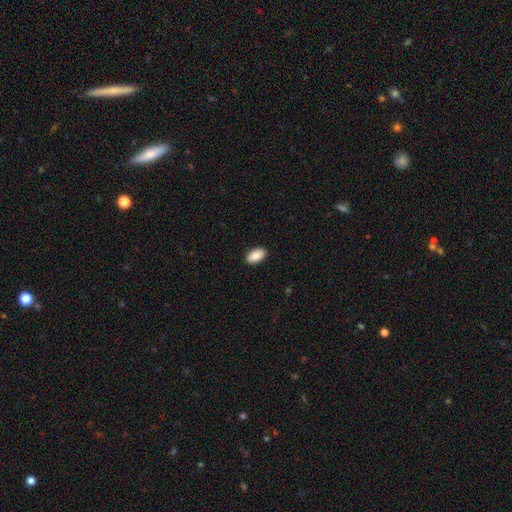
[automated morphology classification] Smooth or featured: smooth — 89% (star or artifact — 6%)
How rounded: in between — 95% (round — 4%)
Merging: none — 90% (minor disturbance — 7%)